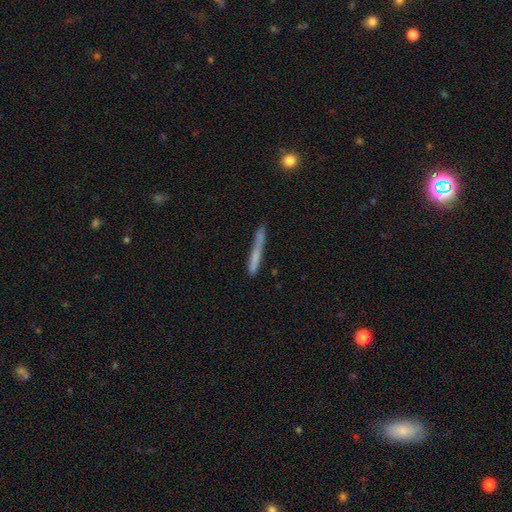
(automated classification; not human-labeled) Smooth or featured: smooth — 64% (featured or disk — 28%)
How rounded: cigar-shaped — 96% (in between — 2%)
Merging: none — 73% (minor disturbance — 18%)